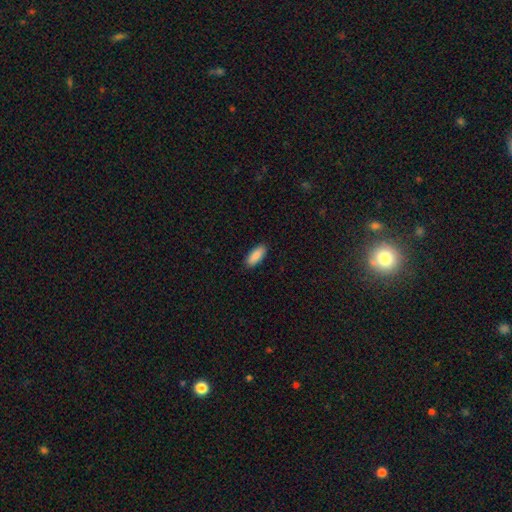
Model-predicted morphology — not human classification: smooth-or-featured: smooth: 90% | star or artifact: 6% | featured or disk: 4%
  how-rounded: in between: 80% | cigar-shaped: 18% | round: 2%
  merging: none: 90% | minor disturbance: 8% | major disturbance: 2% | merger: 1%